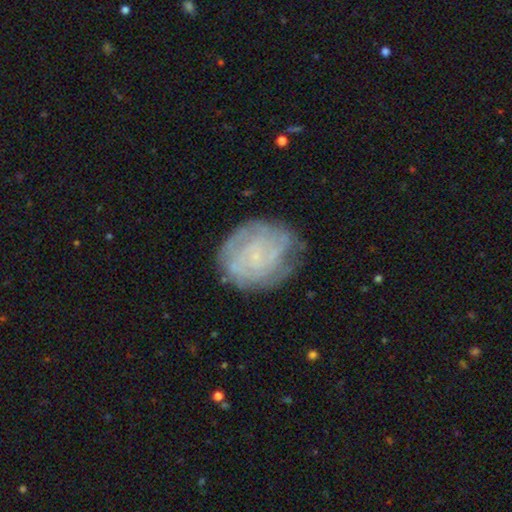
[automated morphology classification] Overall: featured or disk (62%; smooth 28%). Edge-on disk: no (97%). Bar: no (73%). Spiral arms: yes (75%). Bulge size: small (70%). Merging: none (71%).